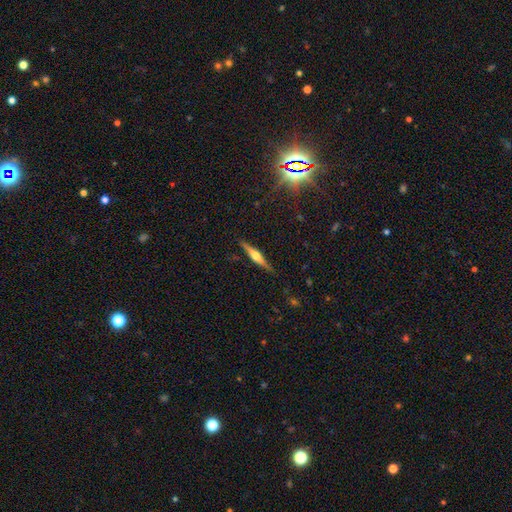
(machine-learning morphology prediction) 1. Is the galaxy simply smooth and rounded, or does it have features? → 68% featured or disk, 26% smooth, 6% star or artifact.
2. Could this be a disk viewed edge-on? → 97% yes, 3% no.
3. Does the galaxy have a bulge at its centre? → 90% rounded, 7% boxy, 4% none.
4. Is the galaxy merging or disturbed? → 87% none, 10% minor disturbance, 2% major disturbance, 1% merger.